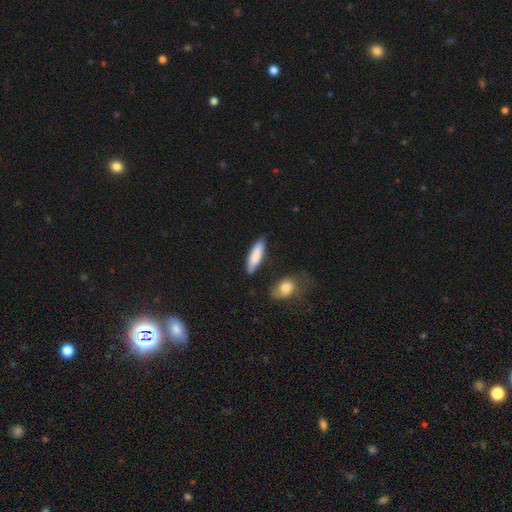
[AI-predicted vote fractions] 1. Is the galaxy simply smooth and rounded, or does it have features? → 83% smooth, 12% featured or disk, 6% star or artifact.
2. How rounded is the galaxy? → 62% cigar-shaped, 36% in between, 2% round.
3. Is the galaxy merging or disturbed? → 75% none, 17% minor disturbance, 4% merger, 4% major disturbance.